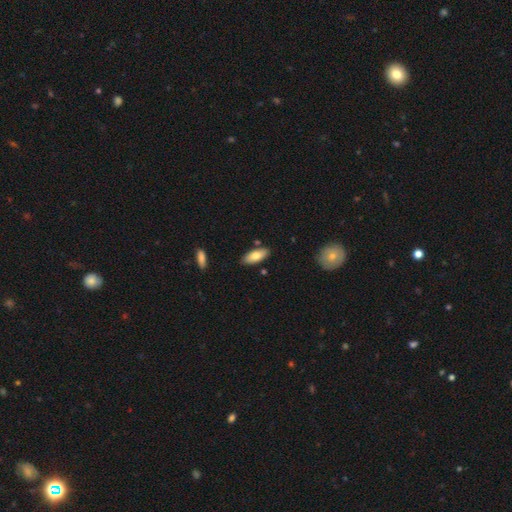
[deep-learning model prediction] This appears to be a smooth galaxy with no disk features (76%) that is in between round and cigar-shaped (84%). Merging: none (83%).